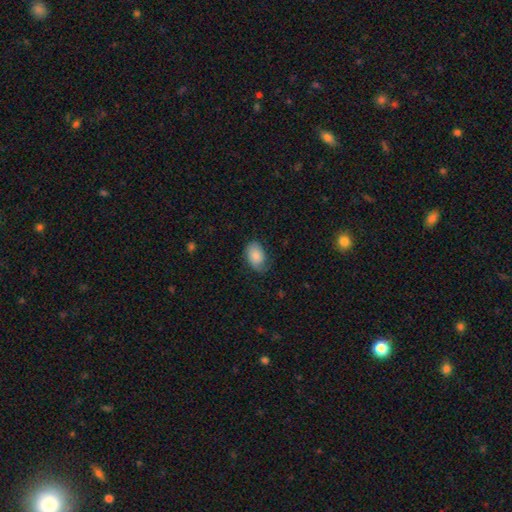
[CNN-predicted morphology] Q: Smooth or featured?
A: smooth (79%); runner-up: featured or disk (15%)
Q: How rounded?
A: in between (85%); runner-up: round (14%)
Q: Merging?
A: none (61%); runner-up: minor disturbance (28%)